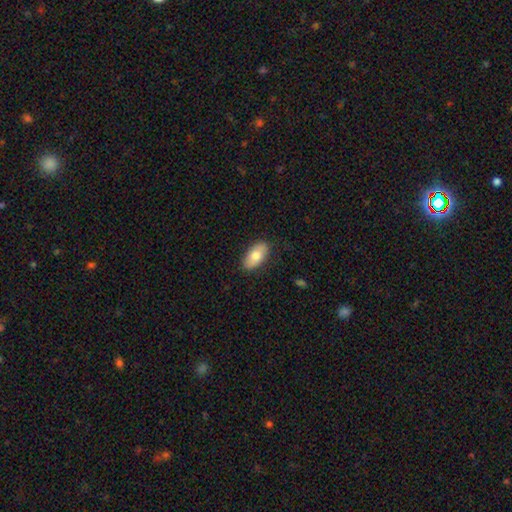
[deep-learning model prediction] Smooth or featured: smooth — 76% (featured or disk — 18%)
How rounded: in between — 92% (cigar-shaped — 4%)
Merging: none — 85% (minor disturbance — 12%)